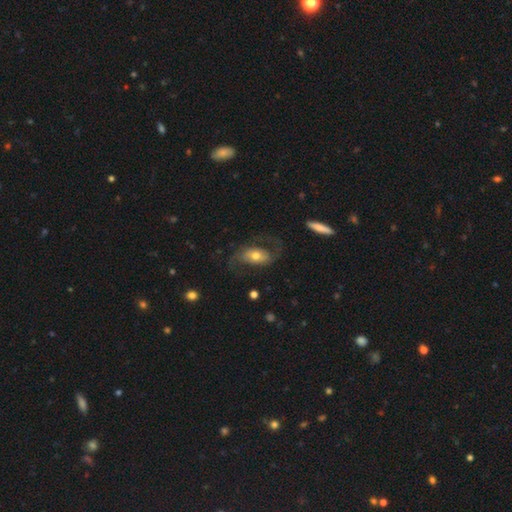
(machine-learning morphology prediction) Smooth or featured: featured or disk — 66% (smooth — 27%)
Edge-on disk: no — 94% (yes — 6%)
Bar: no — 50% (weak — 30%)
Spiral arms: yes — 86% (no — 14%)
Spiral winding: loose — 59% (medium — 33%)
Spiral arm count: 2 — 89% (can't tell — 4%)
Bulge size: moderate — 64% (small — 22%)
Merging: none — 60% (major disturbance — 22%)